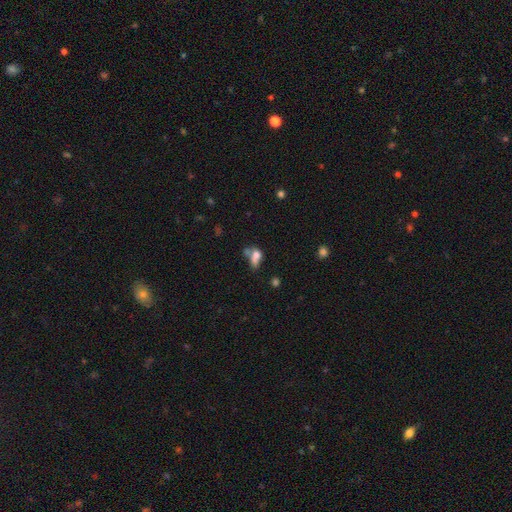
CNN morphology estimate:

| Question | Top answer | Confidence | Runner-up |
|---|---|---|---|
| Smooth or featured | smooth | 68% | featured or disk (19%) |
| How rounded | in between | 70% | round (24%) |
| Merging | merger | 46% | none (23%) |